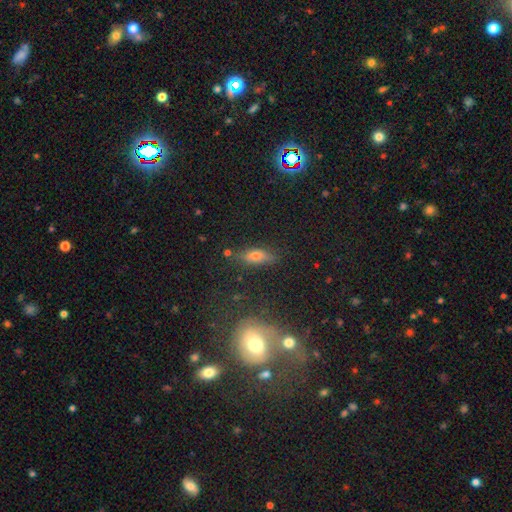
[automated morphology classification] The model was most divided on "how rounded": in between: 58%, cigar-shaped: 35%, round: 7%. More confident: merging — none (75%); smooth or featured — smooth (60%).